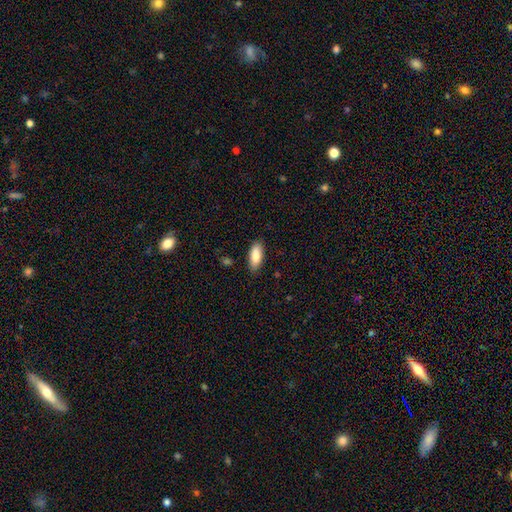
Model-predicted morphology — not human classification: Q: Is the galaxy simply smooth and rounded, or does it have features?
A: smooth — 82%.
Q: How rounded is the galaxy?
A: in between — 82%.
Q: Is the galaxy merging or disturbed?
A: none — 86%.